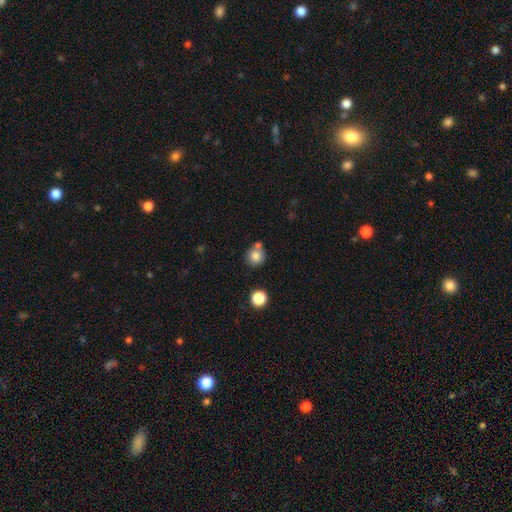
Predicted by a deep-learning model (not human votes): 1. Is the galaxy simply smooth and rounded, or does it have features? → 82% smooth, 11% star or artifact, 8% featured or disk.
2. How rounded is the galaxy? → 91% round, 8% in between, 1% cigar-shaped.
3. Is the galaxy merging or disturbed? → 64% none, 21% merger, 11% minor disturbance, 3% major disturbance.